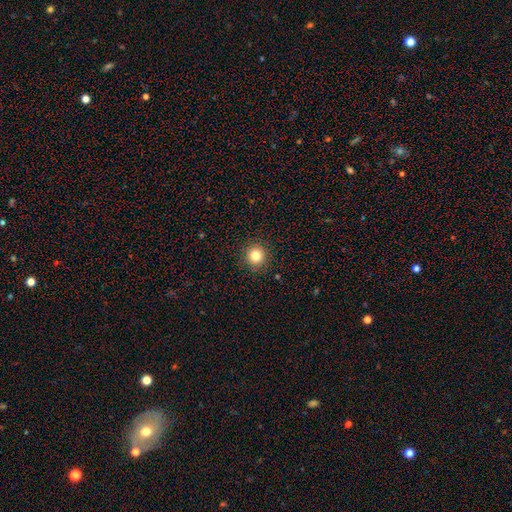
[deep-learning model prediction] Smooth or featured? Predicted: smooth (p=0.81). How rounded? Predicted: round (p=0.94). Merging? Predicted: none (p=0.91).